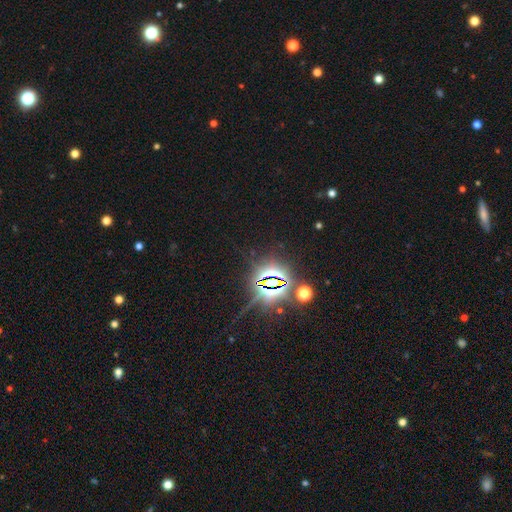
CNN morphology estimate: Smooth or featured? star or artifact (85%)